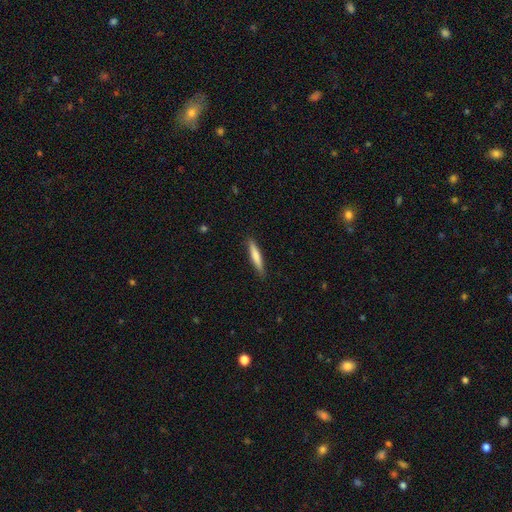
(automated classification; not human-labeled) smooth_or_featured: smooth (p=0.70) [alt: featured or disk p=0.25]
how_rounded: cigar-shaped (p=0.91) [alt: in between p=0.08]
merging: none (p=0.89) [alt: minor disturbance p=0.09]